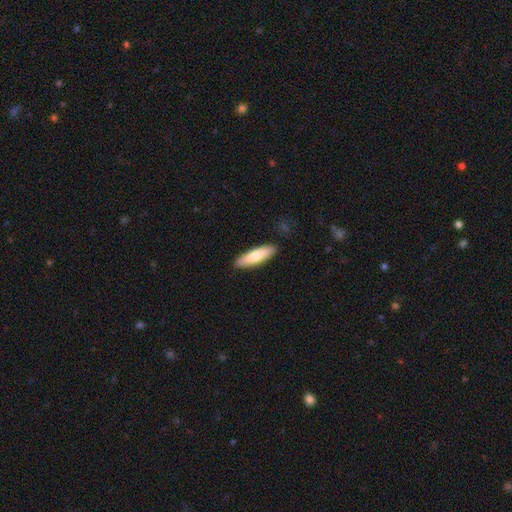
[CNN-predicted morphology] smooth-or-featured: smooth: 77% | featured or disk: 17% | star or artifact: 5%
  how-rounded: cigar-shaped: 58% | in between: 40% | round: 2%
  merging: none: 89% | minor disturbance: 8% | major disturbance: 2% | merger: 1%